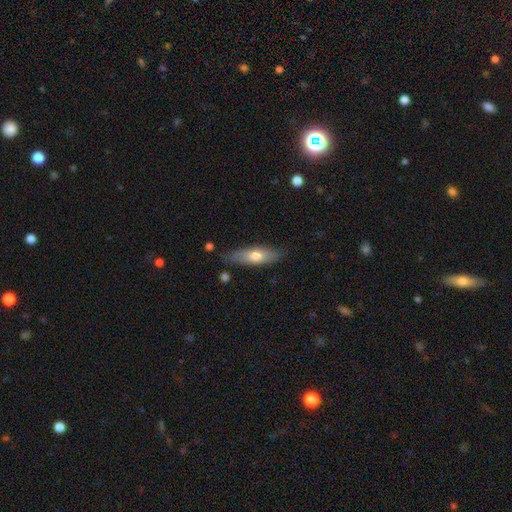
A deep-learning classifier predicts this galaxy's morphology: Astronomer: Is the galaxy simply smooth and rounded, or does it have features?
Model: smooth — 64%.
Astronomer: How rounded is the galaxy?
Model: cigar-shaped — 49% (runner-up: in between, 48%).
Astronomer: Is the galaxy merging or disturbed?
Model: none — 78%.